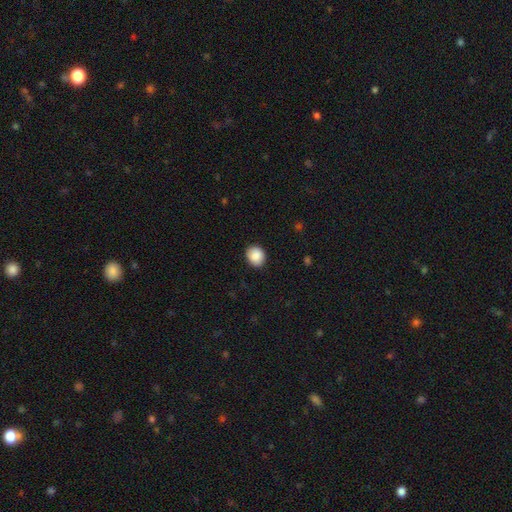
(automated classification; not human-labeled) smooth 89%, star or artifact 8%, featured or disk 4%. Down the decision tree: how rounded — round (64%); merging — none (87%).